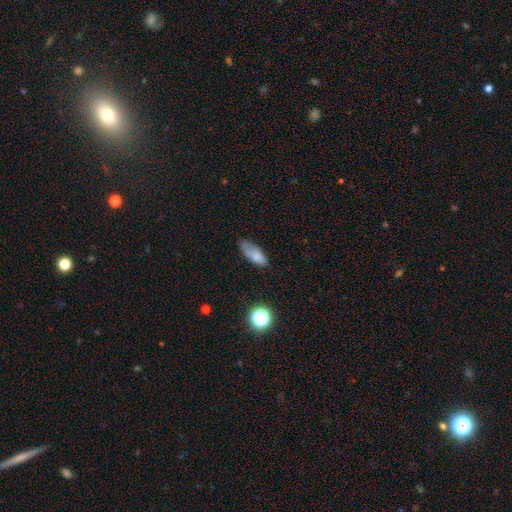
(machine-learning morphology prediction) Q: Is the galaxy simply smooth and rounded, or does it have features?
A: smooth — 74%.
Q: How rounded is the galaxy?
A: in between — 73%.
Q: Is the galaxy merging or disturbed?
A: none — 52%.